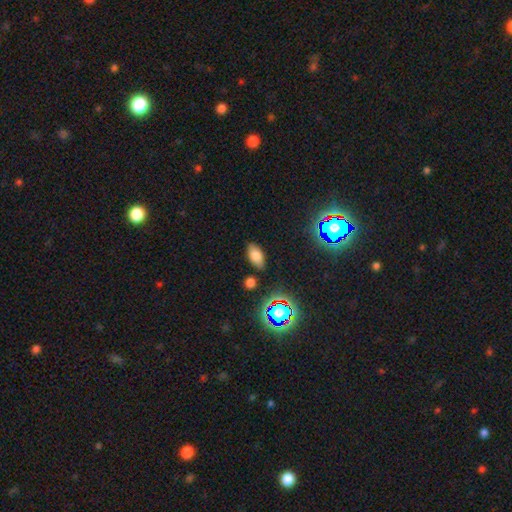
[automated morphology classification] This appears to be a smooth galaxy with no disk features (72%) that is in between round and cigar-shaped (92%). Merging: none (82%).